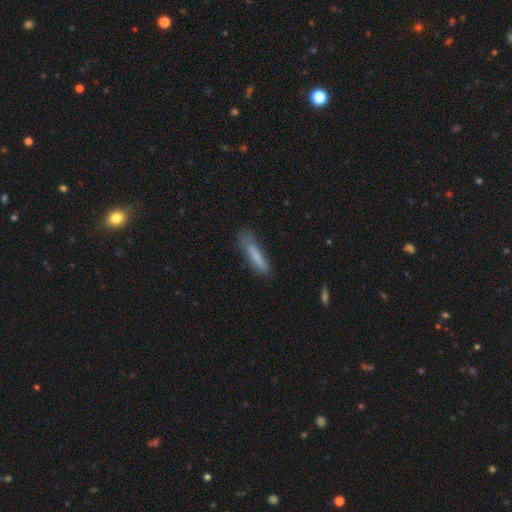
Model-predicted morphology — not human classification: This is likely a smooth galaxy (77%). How rounded: clearly cigar-shaped (83%). Merging: likely none (64%).